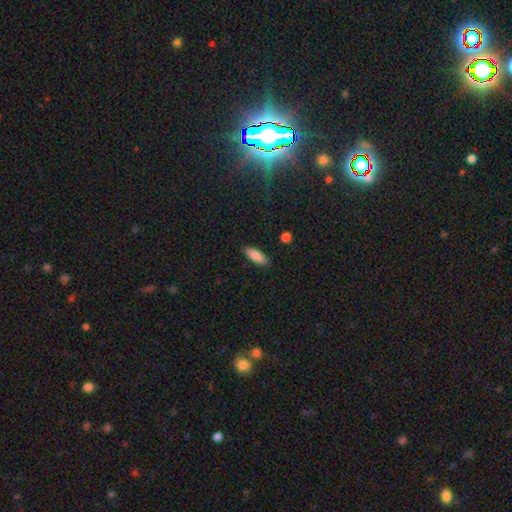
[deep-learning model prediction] Smooth or featured? smooth (86%)
How rounded? in between (64%)
Merging? none (88%)